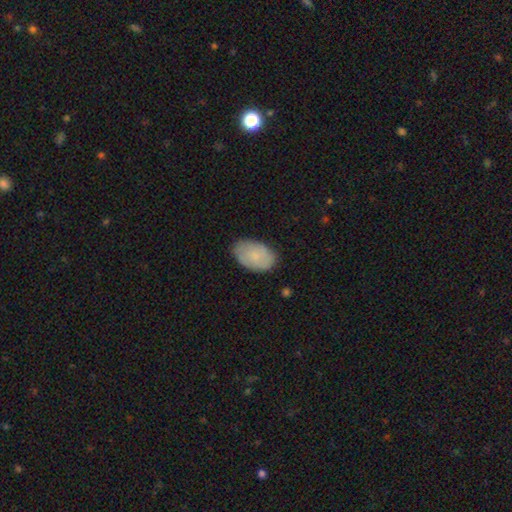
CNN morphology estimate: A smooth galaxy with no disk features (79%) that is in between round and cigar-shaped (92%).

Vote fractions:
- Smooth or featured? smooth: 79% / featured or disk: 15% / star or artifact: 6%
- How rounded? in between: 92% / round: 6% / cigar-shaped: 1%
- Merging? none: 80% / minor disturbance: 16% / major disturbance: 3% / merger: 1%